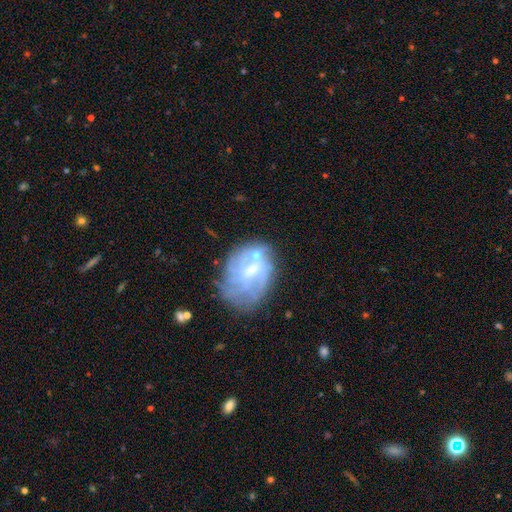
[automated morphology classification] This is likely a featured or disk galaxy (65%). It is clearly not viewed edge-on (97%). Bar: possibly weak (50%). Spiral arm pattern: possibly yes (60%). Central bulge: marginally small (38%). Merging: possibly none (47%).